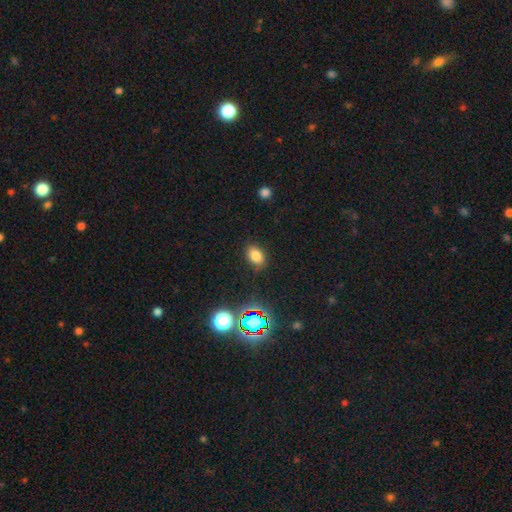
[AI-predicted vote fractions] This appears to be a smooth galaxy with no disk features (77%) that is in between round and cigar-shaped (80%). Merging: none (86%).